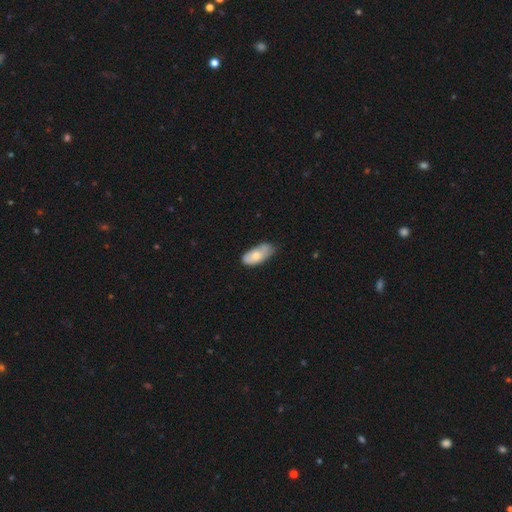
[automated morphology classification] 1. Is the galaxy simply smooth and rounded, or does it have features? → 70% smooth, 24% featured or disk, 6% star or artifact.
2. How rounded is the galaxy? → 90% in between, 8% cigar-shaped, 2% round.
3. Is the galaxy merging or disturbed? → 49% none, 40% minor disturbance, 9% major disturbance, 3% merger.